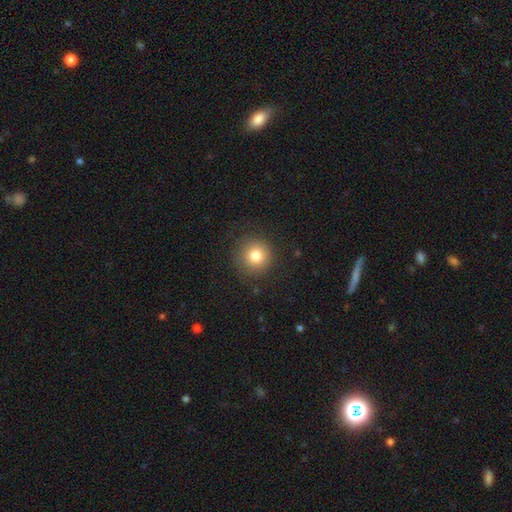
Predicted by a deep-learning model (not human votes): This is clearly a smooth galaxy (81%). How rounded: clearly round (94%). Merging: clearly none (87%).